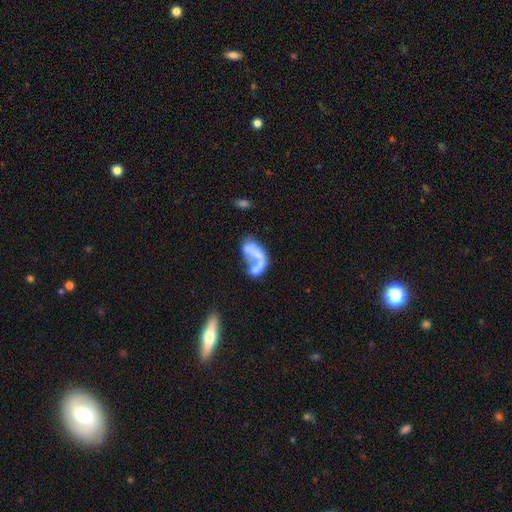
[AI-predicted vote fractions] This appears to be a featured or disk galaxy (52%) with no bar (83%), no spiral arms (72%) and no central bulge (73%). Merging: major disturbance (35%).